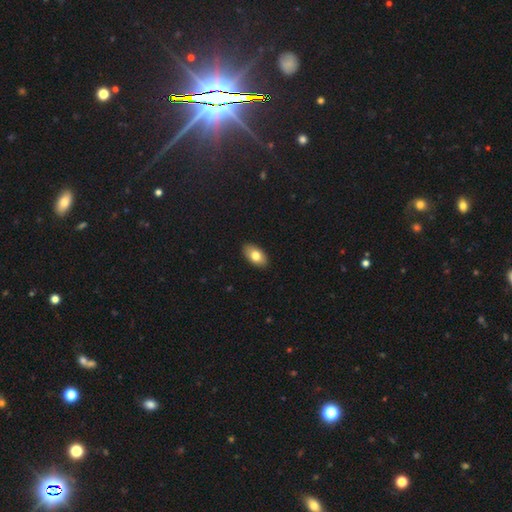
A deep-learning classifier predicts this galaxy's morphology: Smooth or featured? Predicted: smooth (p=0.78). How rounded? Predicted: in between (p=0.93). Merging? Predicted: none (p=0.89).